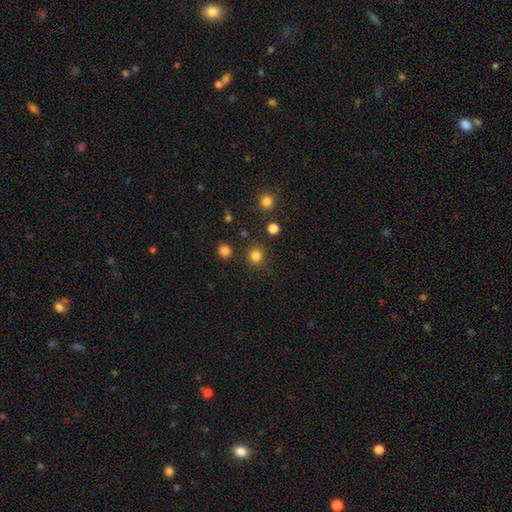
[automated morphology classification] The model was most divided on "smooth or featured": smooth: 82%, star or artifact: 15%, featured or disk: 4%. More confident: how rounded — round (92%); merging — none (88%).